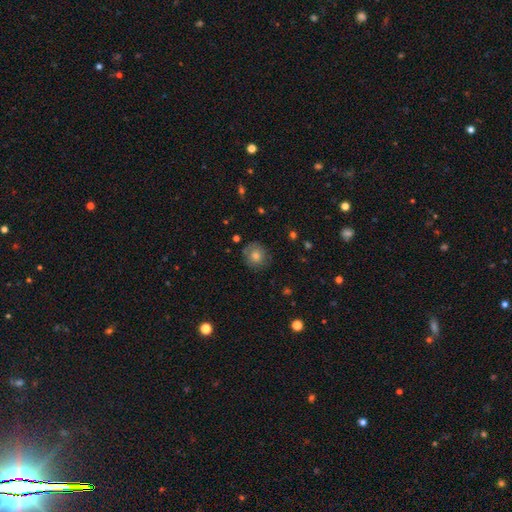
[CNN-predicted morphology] A smooth galaxy with no disk features (59%) that is round (90%). Merging: none (81%).